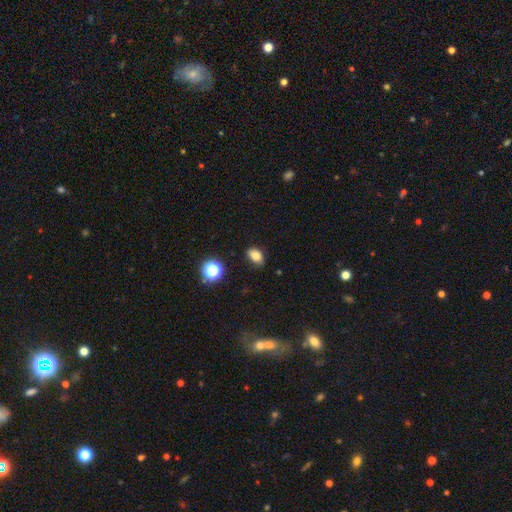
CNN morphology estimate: A smooth galaxy with no disk features (79%) that is in between round and cigar-shaped (81%). Merging: none (81%).